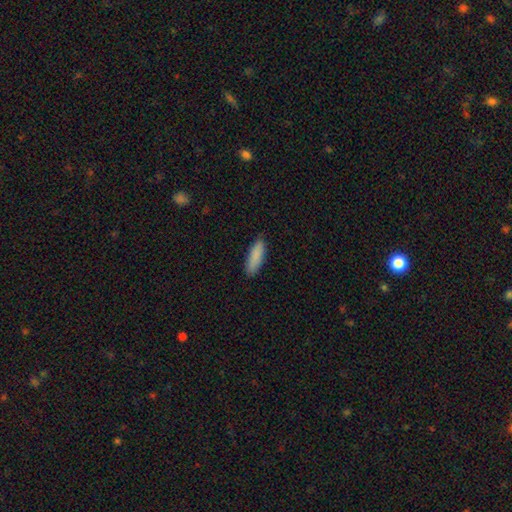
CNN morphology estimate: type=smooth (88%); roundness=cigar-shaped (50%); merging=none (86%).